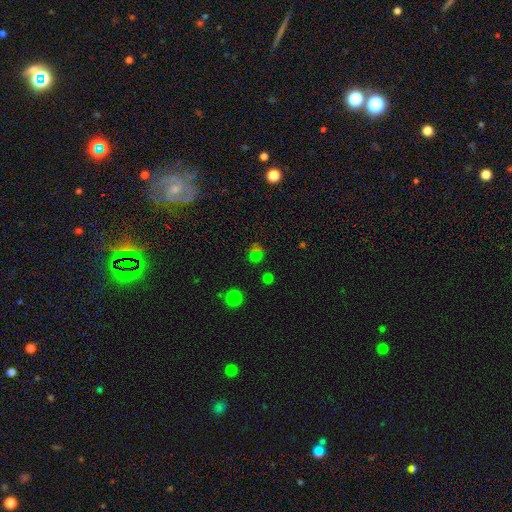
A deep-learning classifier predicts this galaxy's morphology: A smooth galaxy with no disk features (50%) that is round (82%). Merging: none (77%).